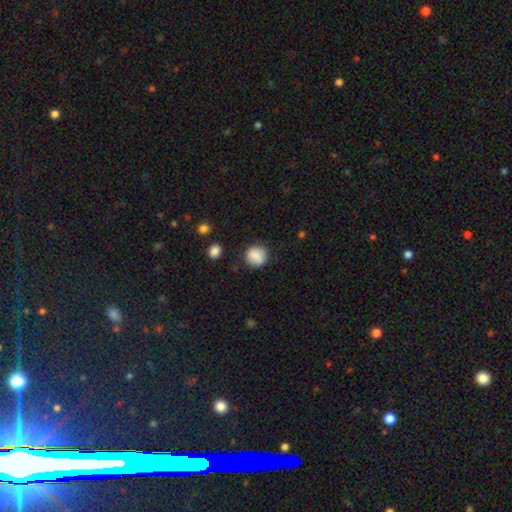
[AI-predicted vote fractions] Smooth or featured? Predicted: smooth (p=0.87). How rounded? Predicted: round (p=0.90). Merging? Predicted: none (p=0.84).